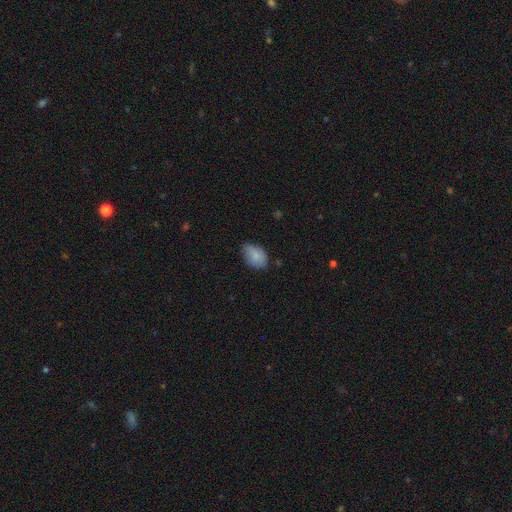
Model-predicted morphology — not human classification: Smooth or featured: smooth — 83% (featured or disk — 10%)
How rounded: in between — 85% (round — 14%)
Merging: none — 62% (minor disturbance — 31%)